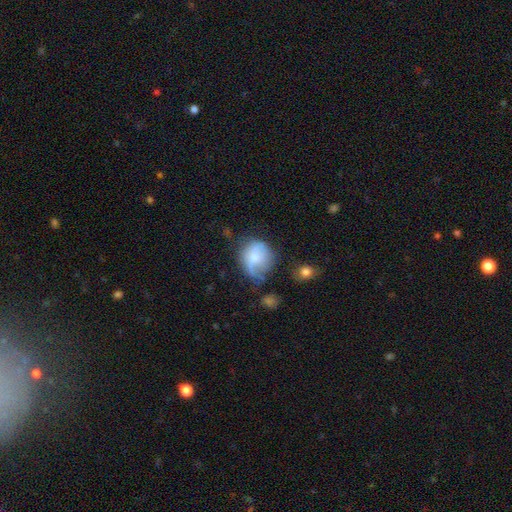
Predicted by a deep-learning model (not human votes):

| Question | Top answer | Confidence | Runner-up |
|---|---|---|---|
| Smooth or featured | smooth | 60% | featured or disk (31%) |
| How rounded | round | 67% | in between (32%) |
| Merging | none | 37% | minor disturbance (32%) |